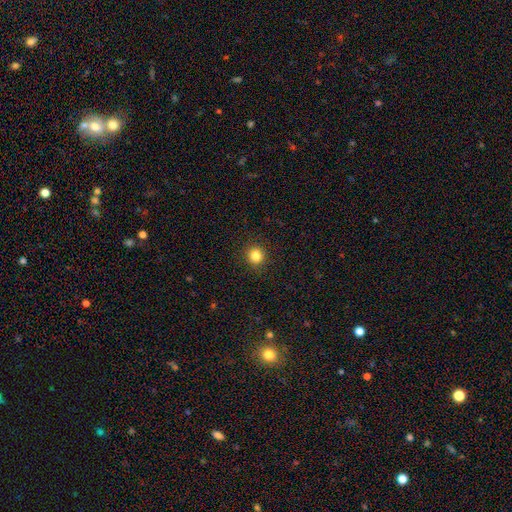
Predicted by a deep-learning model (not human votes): smooth-or-featured: smooth: 83% | star or artifact: 12% | featured or disk: 5%
  how-rounded: round: 93% | in between: 6% | cigar-shaped: 1%
  merging: none: 92% | minor disturbance: 5% | major disturbance: 2% | merger: 1%